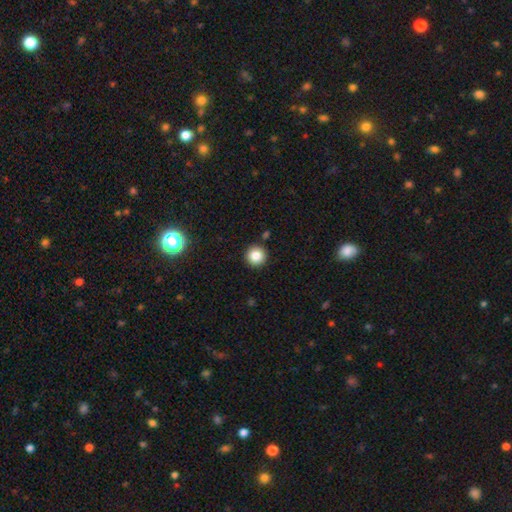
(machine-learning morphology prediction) smooth_or_featured: smooth (p=0.83) [alt: star or artifact p=0.11]
how_rounded: round (p=0.96) [alt: in between p=0.03]
merging: none (p=0.90) [alt: minor disturbance p=0.06]